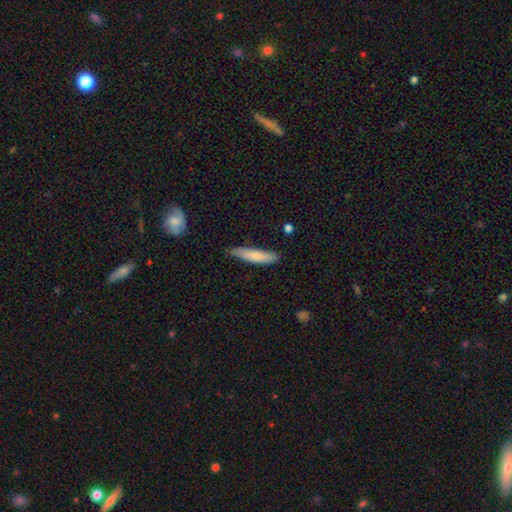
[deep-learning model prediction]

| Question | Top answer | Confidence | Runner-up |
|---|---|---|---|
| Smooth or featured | smooth | 75% | featured or disk (20%) |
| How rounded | cigar-shaped | 84% | in between (14%) |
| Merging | none | 77% | minor disturbance (18%) |